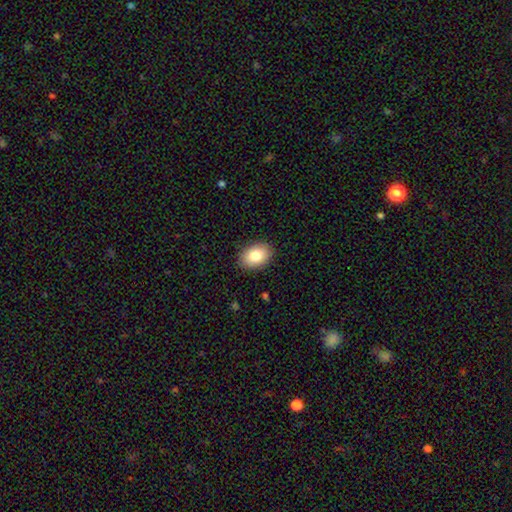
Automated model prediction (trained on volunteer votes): Overall: smooth (83%). How rounded: in between (83%). Merging: none (88%).